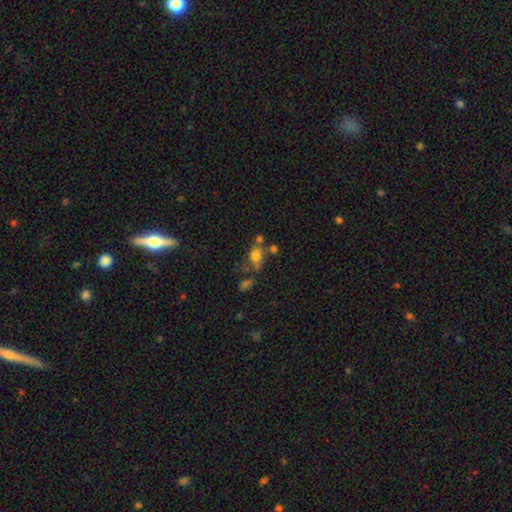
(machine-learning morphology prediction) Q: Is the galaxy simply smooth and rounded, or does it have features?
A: smooth — 71%.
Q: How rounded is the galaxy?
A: in between — 65%.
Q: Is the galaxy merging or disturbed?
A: none — 41%.